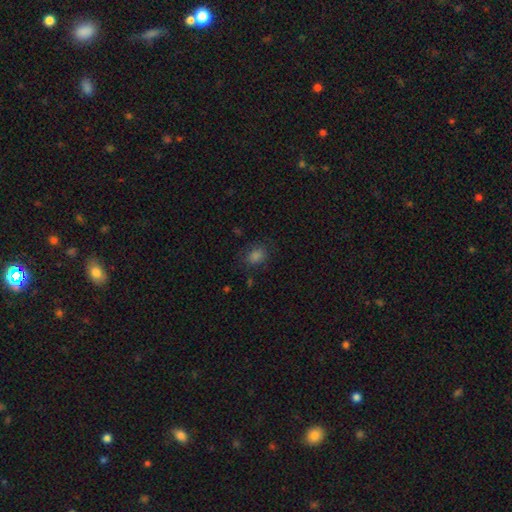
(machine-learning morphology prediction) Q: Smooth or featured?
A: smooth (77%); runner-up: star or artifact (18%)
Q: How rounded?
A: in between (54%); runner-up: round (44%)
Q: Merging?
A: none (80%); runner-up: minor disturbance (14%)